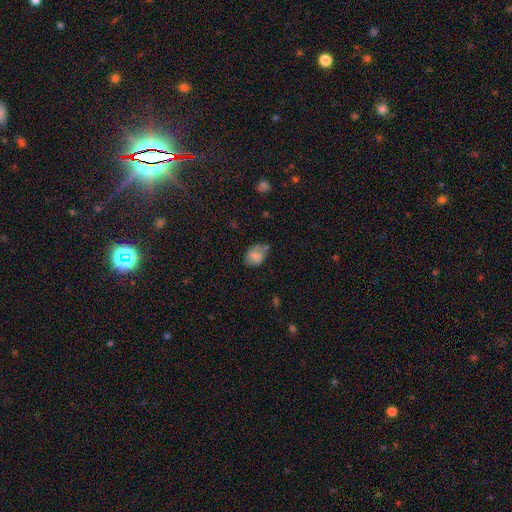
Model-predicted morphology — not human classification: A smooth galaxy with no disk features (79%) that is in between round and cigar-shaped (65%).

Vote fractions:
- Smooth or featured? smooth: 79% / featured or disk: 12% / star or artifact: 10%
- How rounded? in between: 65% / round: 34% / cigar-shaped: 1%
- Merging? none: 51% / minor disturbance: 30% / merger: 11% / major disturbance: 8%